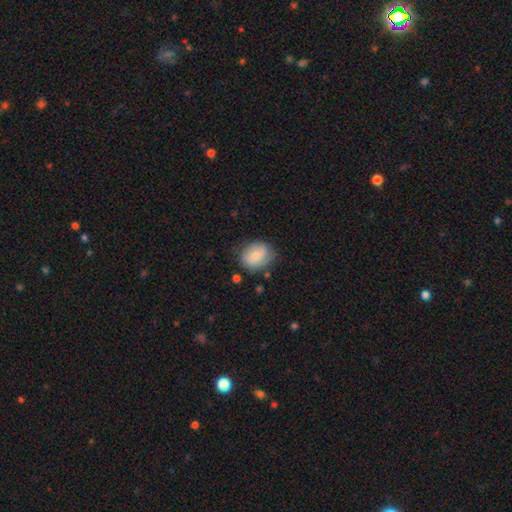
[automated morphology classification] The model was most divided on "how rounded": round: 50%, in between: 49%, cigar-shaped: 1%. More confident: merging — none (72%); smooth or featured — smooth (69%).